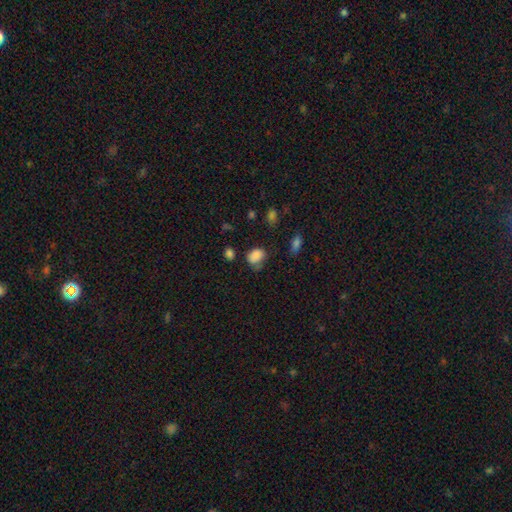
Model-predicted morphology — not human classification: Smooth or featured? smooth (82%)
How rounded? in between (68%)
Merging? none (53%)